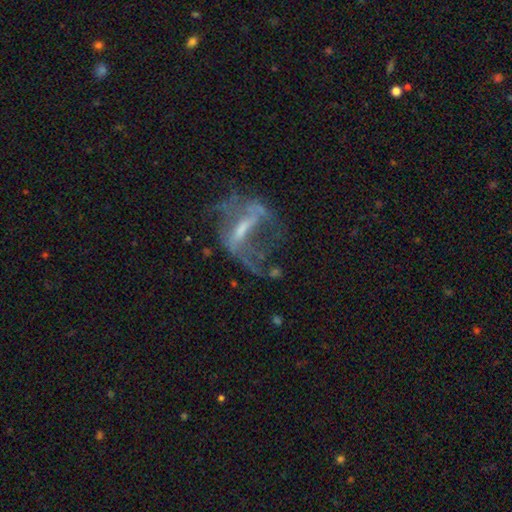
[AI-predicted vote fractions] Morphology: type=featured or disk (72%); edge-on=no (89%); bar=strong (44%); spiral arms=yes (56%); bulge=small (42%); merging=major disturbance (40%).